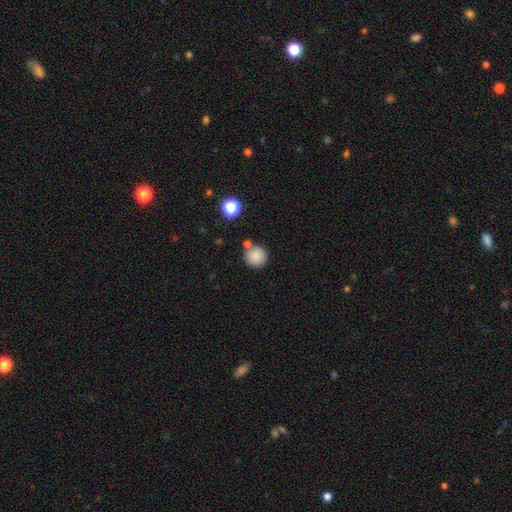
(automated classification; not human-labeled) A smooth galaxy with no disk features (85%) that is round (94%). Merging: none (77%).